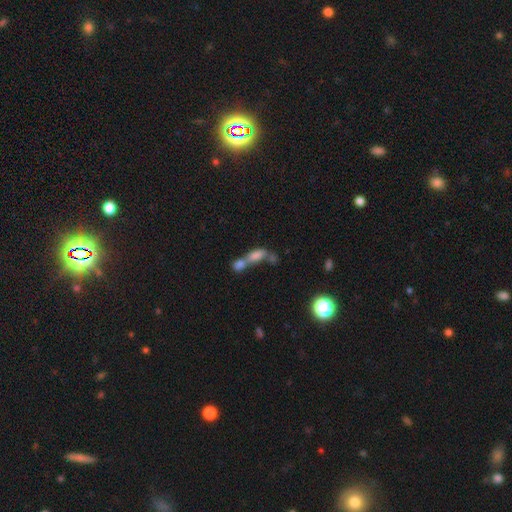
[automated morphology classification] A smooth galaxy with no disk features (62%) that is in between round and cigar-shaped (63%).

Vote fractions:
- Smooth or featured? smooth: 62% / featured or disk: 23% / star or artifact: 15%
- How rounded? in between: 63% / cigar-shaped: 28% / round: 10%
- Merging? merger: 70% / none: 17% / major disturbance: 7% / minor disturbance: 7%